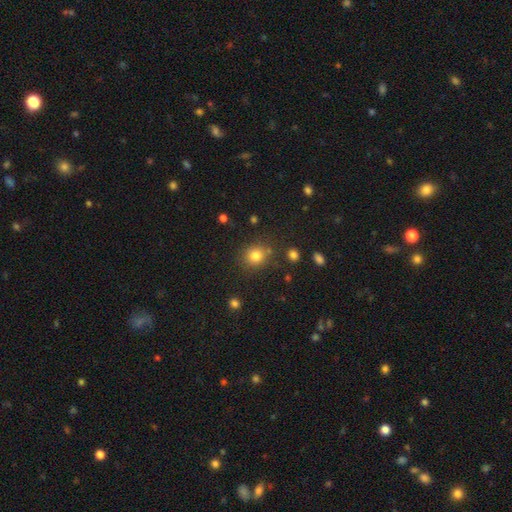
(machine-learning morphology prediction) Smooth or featured: smooth — 81% (star or artifact — 13%)
How rounded: round — 82% (in between — 17%)
Merging: none — 78% (minor disturbance — 11%)